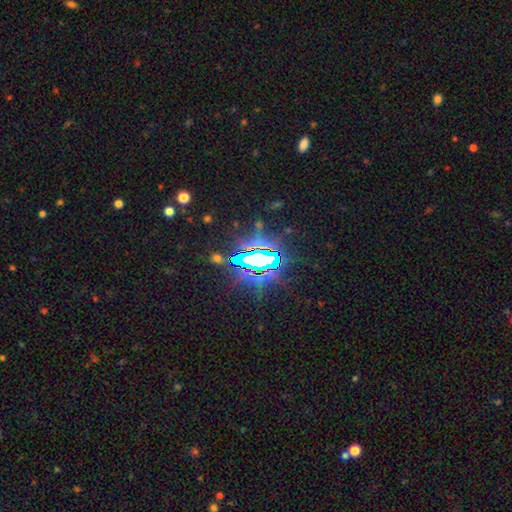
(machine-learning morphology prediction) The model was most divided on "smooth or featured": star or artifact: 75%, smooth: 13%, featured or disk: 12%.